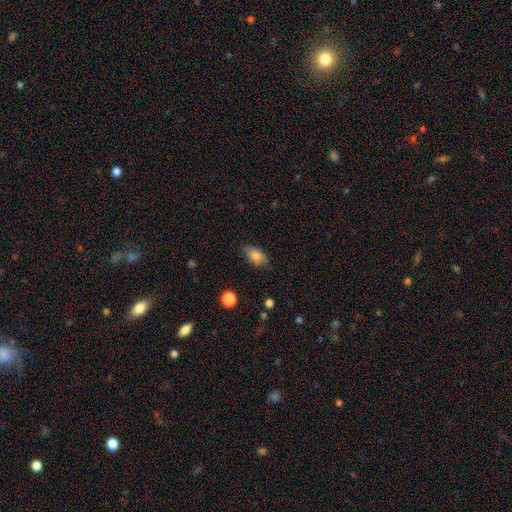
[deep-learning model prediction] smooth-or-featured: smooth: 81% | featured or disk: 11% | star or artifact: 8%
  how-rounded: in between: 89% | cigar-shaped: 5% | round: 5%
  merging: none: 82% | minor disturbance: 14% | major disturbance: 3% | merger: 1%